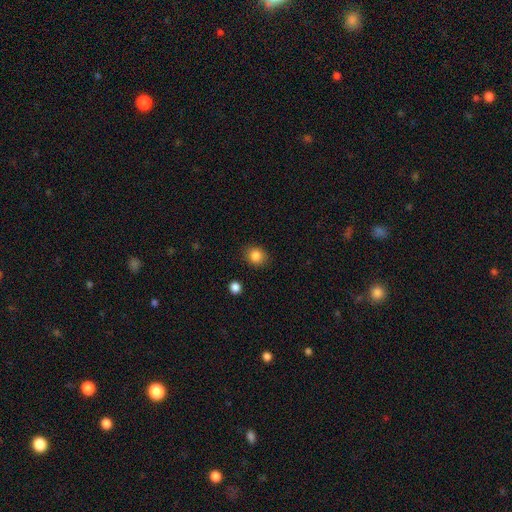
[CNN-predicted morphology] Smooth or featured? Predicted: smooth (p=0.85). How rounded? Predicted: round (p=0.73). Merging? Predicted: none (p=0.88).